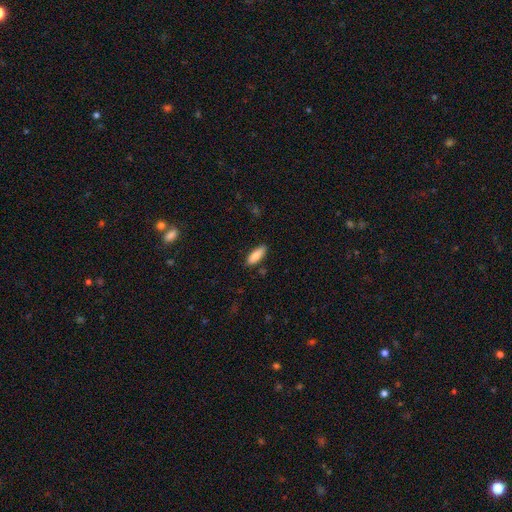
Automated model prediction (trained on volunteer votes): The model was most divided on "how rounded": in between: 62%, cigar-shaped: 36%, round: 2%. More confident: merging — none (85%); smooth or featured — smooth (85%).